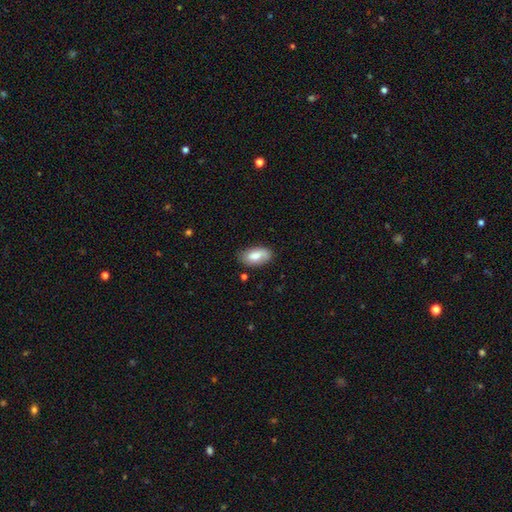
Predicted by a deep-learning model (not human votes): The model was most divided on "merging": none: 75%, minor disturbance: 19%, major disturbance: 4%, merger: 2%. More confident: how rounded — in between (94%); smooth or featured — smooth (76%).